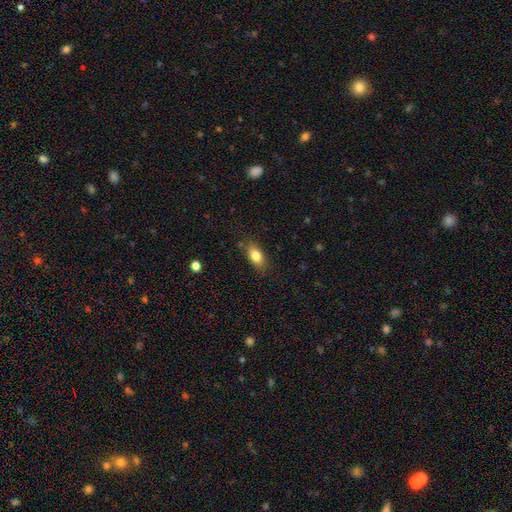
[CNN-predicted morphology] A smooth galaxy with no disk features (82%) that is in between round and cigar-shaped (85%).

Vote fractions:
- Smooth or featured? smooth: 82% / featured or disk: 10% / star or artifact: 8%
- How rounded? in between: 85% / round: 9% / cigar-shaped: 6%
- Merging? none: 81% / minor disturbance: 15% / major disturbance: 3% / merger: 1%